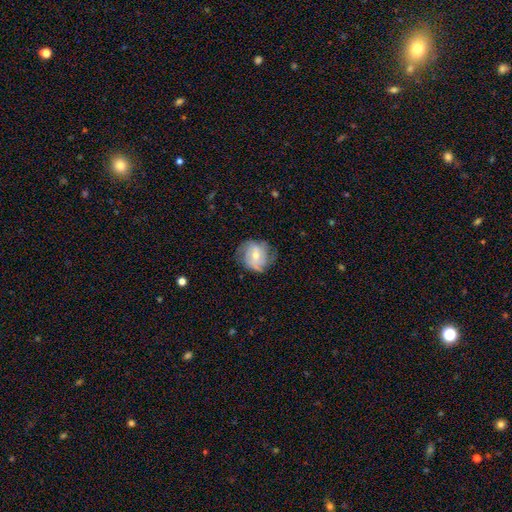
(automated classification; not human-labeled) Smooth or featured: featured or disk — 59% (smooth — 34%)
Edge-on disk: no — 97% (yes — 3%)
Bar: no — 47% (weak — 40%)
Spiral arms: yes — 80% (no — 20%)
Bulge size: moderate — 58% (small — 37%)
Merging: none — 67% (minor disturbance — 23%)